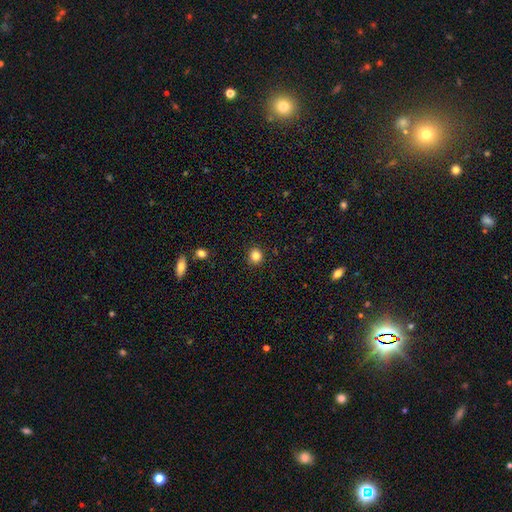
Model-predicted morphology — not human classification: A smooth galaxy with no disk features (84%) that is round (88%). Merging: none (91%).